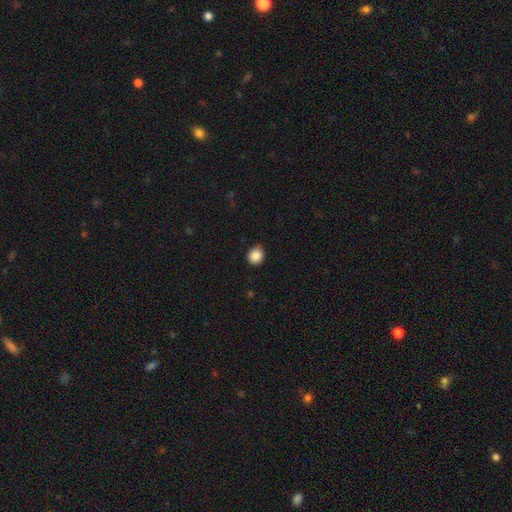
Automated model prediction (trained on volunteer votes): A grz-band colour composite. It shows a smooth galaxy with no disk features (87%) that is round (79%). Merging: none (81%).